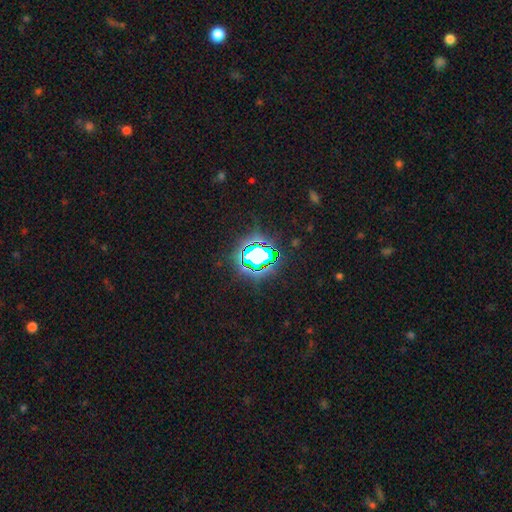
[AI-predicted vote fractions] Smooth or featured: star or artifact — 71% (smooth — 18%)